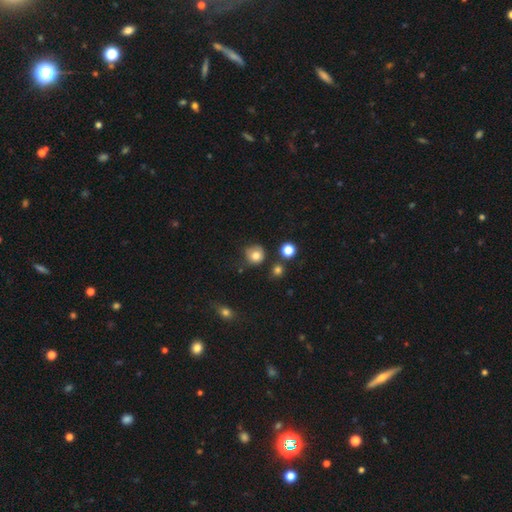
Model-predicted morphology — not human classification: smooth_or_featured: smooth (p=0.77) [alt: star or artifact p=0.12]
how_rounded: round (p=0.87) [alt: in between p=0.12]
merging: none (p=0.66) [alt: minor disturbance p=0.22]